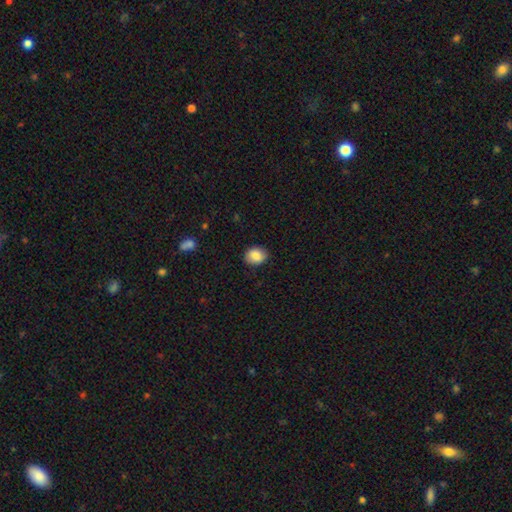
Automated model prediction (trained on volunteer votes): Morphology: type=smooth (86%); roundness=round (51%); merging=none (87%).